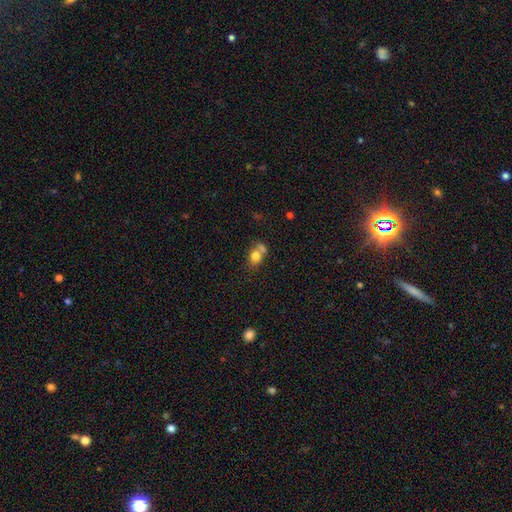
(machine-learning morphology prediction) type=smooth (77%); roundness=round (49%, tied with in between); merging=merger (41%).